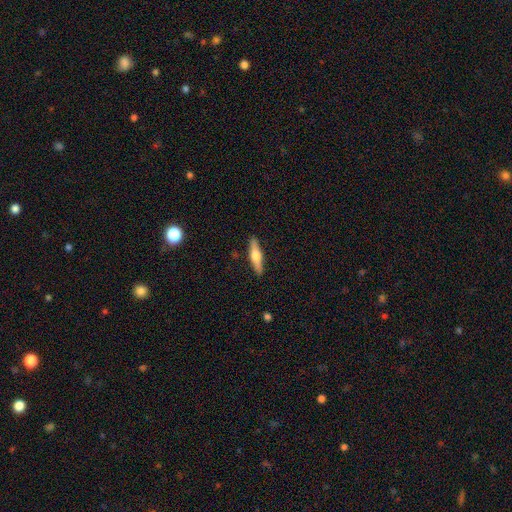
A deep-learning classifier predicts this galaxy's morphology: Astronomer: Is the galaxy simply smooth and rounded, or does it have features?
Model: featured or disk — 53% (runner-up: smooth, 42%).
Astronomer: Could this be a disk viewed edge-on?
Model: yes — 95%.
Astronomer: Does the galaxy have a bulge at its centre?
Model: rounded — 92%.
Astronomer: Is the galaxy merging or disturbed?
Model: none — 90%.